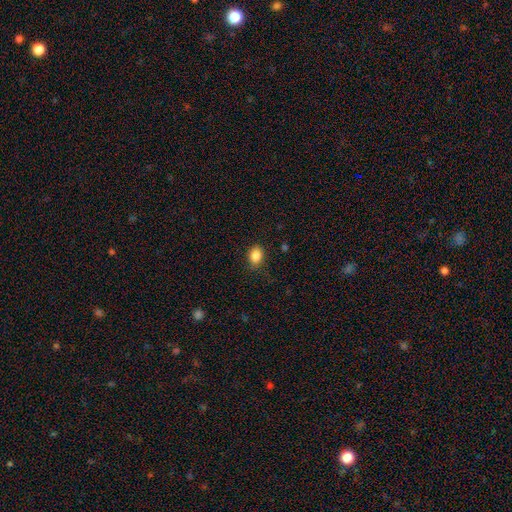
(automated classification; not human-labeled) Morphology: type=smooth (86%); roundness=in between (64%); merging=none (83%).